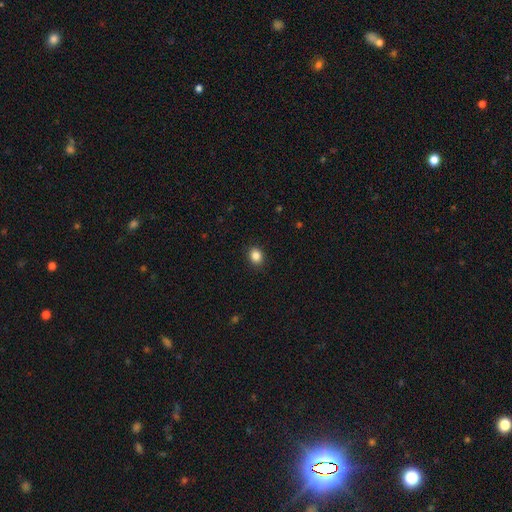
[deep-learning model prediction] Q: Smooth or featured?
A: smooth (86%); runner-up: star or artifact (10%)
Q: How rounded?
A: round (59%); runner-up: in between (40%)
Q: Merging?
A: none (90%); runner-up: minor disturbance (7%)